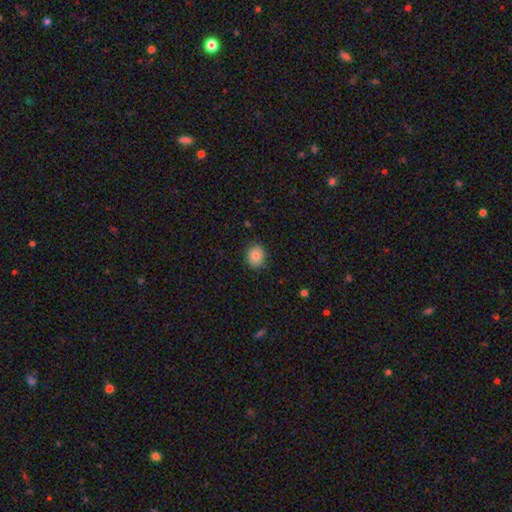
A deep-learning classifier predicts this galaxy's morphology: smooth-or-featured: smooth: 84% | star or artifact: 9% | featured or disk: 7%
  how-rounded: round: 66% | in between: 33% | cigar-shaped: 1%
  merging: none: 83% | minor disturbance: 13% | major disturbance: 3% | merger: 1%